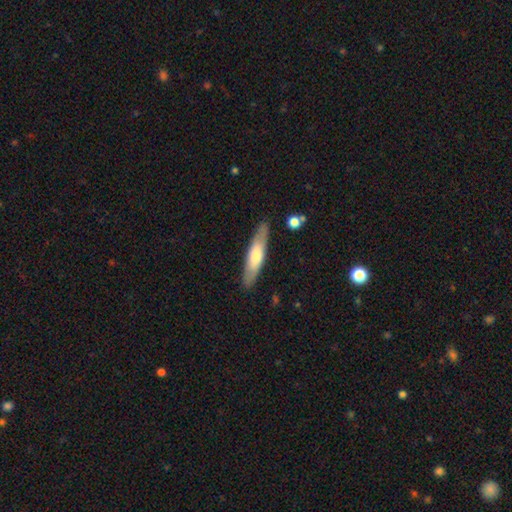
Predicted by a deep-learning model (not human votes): A smooth galaxy with no disk features (55%) that is cigar-shaped (82%). Merging: none (88%).